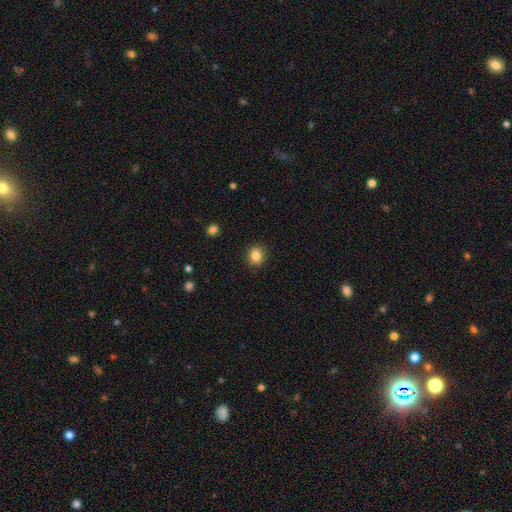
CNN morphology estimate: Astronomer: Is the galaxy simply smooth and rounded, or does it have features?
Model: smooth — 84%.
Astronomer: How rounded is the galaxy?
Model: round — 71%.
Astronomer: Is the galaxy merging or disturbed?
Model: none — 90%.